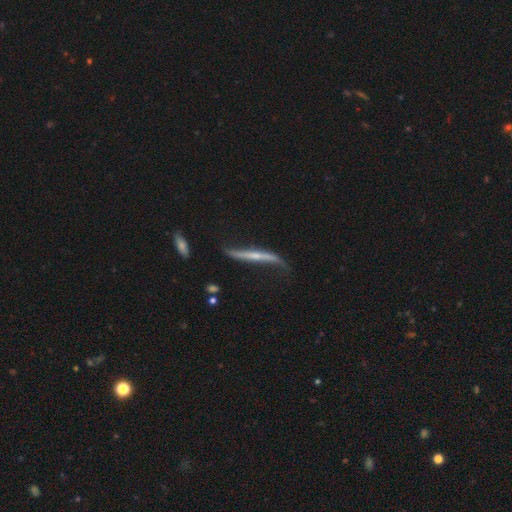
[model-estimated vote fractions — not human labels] Smooth or featured: featured or disk — 78% (smooth — 17%)
Edge-on disk: yes — 70% (no — 30%)
Edge-on bulge: rounded — 58% (none — 35%)
Merging: none — 50% (minor disturbance — 29%)